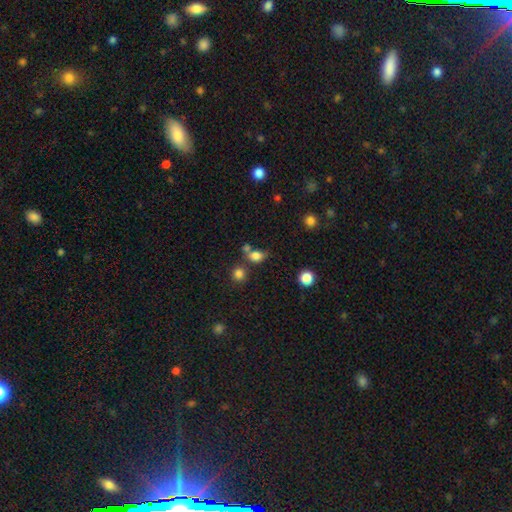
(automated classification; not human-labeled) Smooth or featured? smooth (79%)
How rounded? in between (61%)
Merging? none (52%)